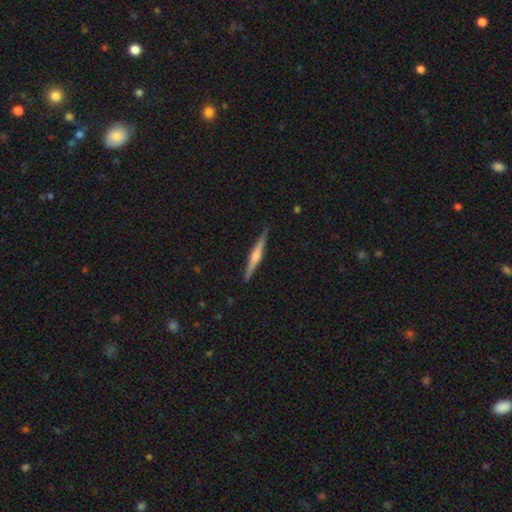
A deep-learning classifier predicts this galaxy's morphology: The model was most divided on "smooth or featured": featured or disk: 73%, smooth: 22%, star or artifact: 6%. More confident: edge-on disk — yes (98%); merging — none (91%); edge-on bulge — rounded (79%).